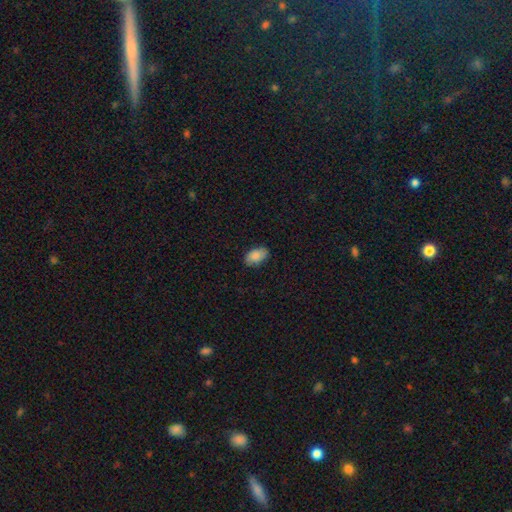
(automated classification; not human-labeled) Smooth or featured: smooth — 86% (star or artifact — 7%)
How rounded: in between — 93% (round — 6%)
Merging: none — 84% (minor disturbance — 13%)